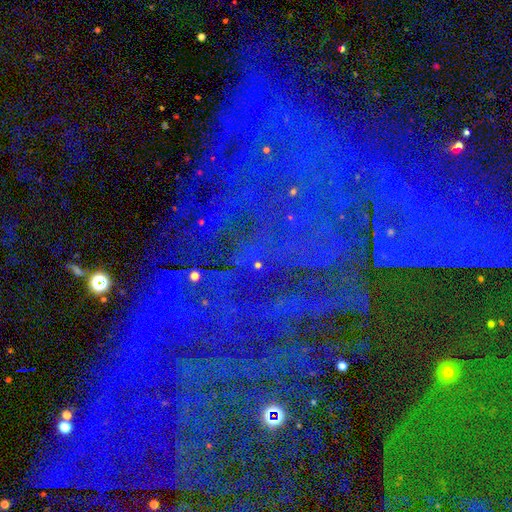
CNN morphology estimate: smooth-or-featured: star or artifact: 80% | featured or disk: 11% | smooth: 8%